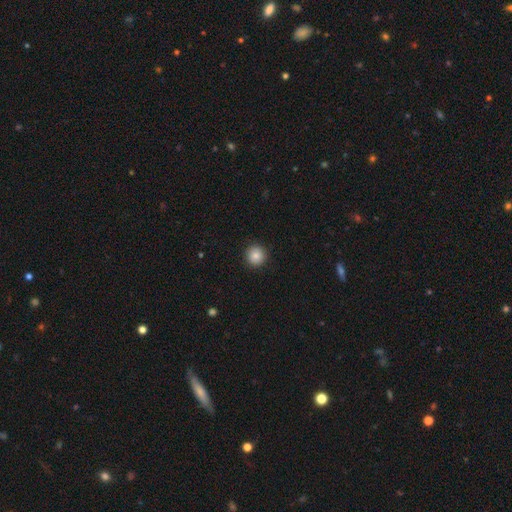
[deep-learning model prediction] Smooth or featured? Predicted: smooth (p=0.83). How rounded? Predicted: round (p=0.94). Merging? Predicted: none (p=0.91).